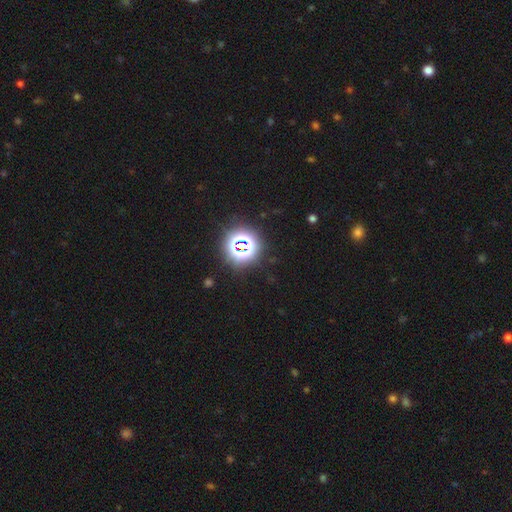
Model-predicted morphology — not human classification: Overall: star or artifact (77%).